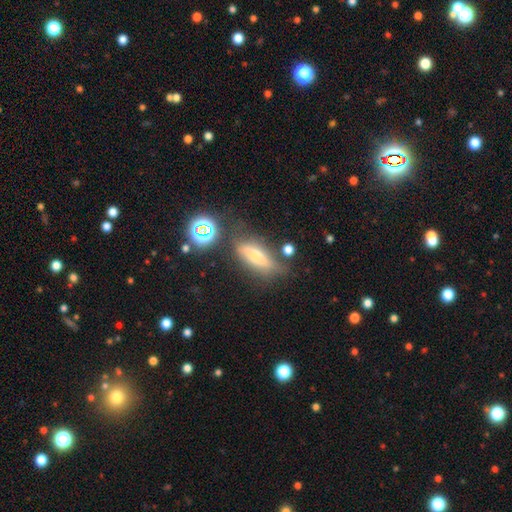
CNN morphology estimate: A smooth galaxy with no disk features (46%).

Vote fractions:
- Smooth or featured? smooth: 46% / featured or disk: 40% / star or artifact: 14%
- Merging? none: 64% / minor disturbance: 21% / major disturbance: 8% / merger: 7%